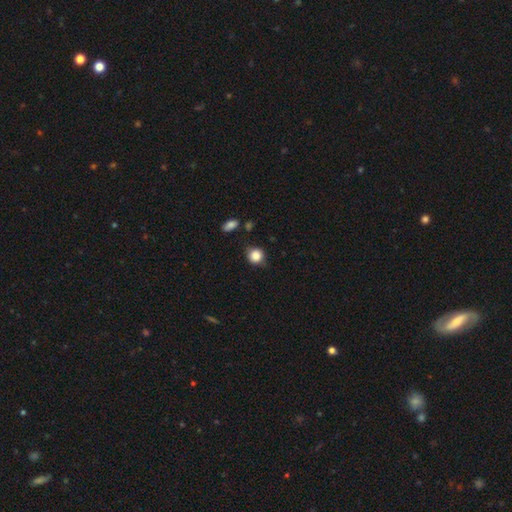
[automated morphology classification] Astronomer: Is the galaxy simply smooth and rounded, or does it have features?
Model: smooth — 85%.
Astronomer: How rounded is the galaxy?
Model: round — 85%.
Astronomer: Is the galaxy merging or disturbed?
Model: none — 76%.